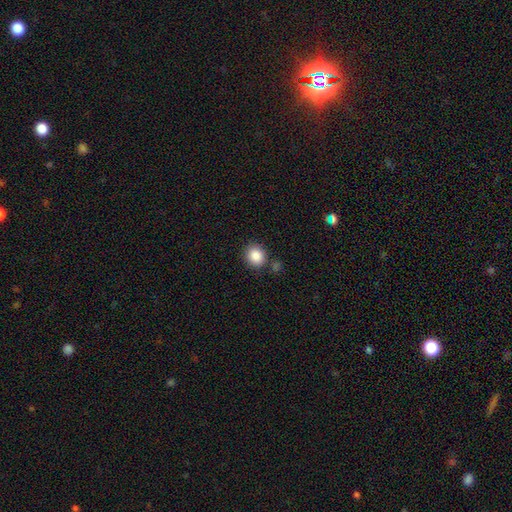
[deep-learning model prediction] smooth_or_featured: smooth (p=0.87) [alt: star or artifact p=0.09]
how_rounded: round (p=0.78) [alt: in between p=0.21]
merging: none (p=0.80) [alt: minor disturbance p=0.10]